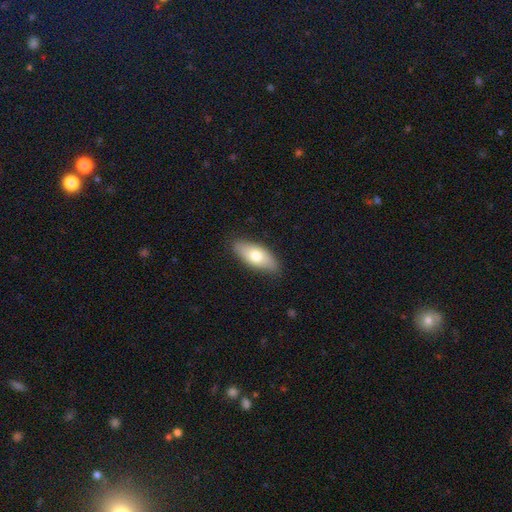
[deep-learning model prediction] This appears to be a smooth galaxy with no disk features (69%) that is in between round and cigar-shaped (85%). Merging: none (84%).